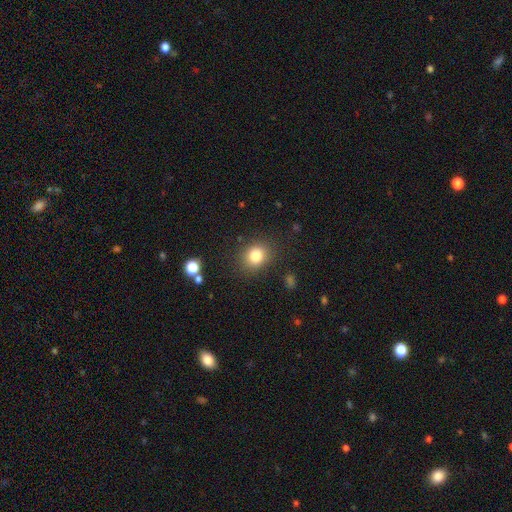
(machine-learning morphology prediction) smooth-or-featured: smooth: 82% | star or artifact: 11% | featured or disk: 7%
  how-rounded: round: 64% | in between: 35% | cigar-shaped: 1%
  merging: none: 84% | minor disturbance: 10% | major disturbance: 4% | merger: 2%